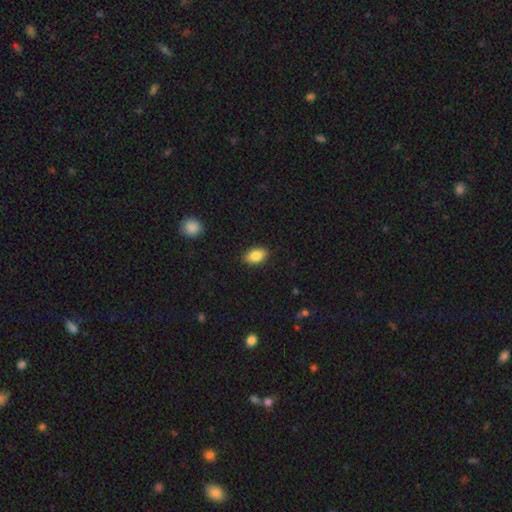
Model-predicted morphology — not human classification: smooth_or_featured: smooth (p=0.86) [alt: star or artifact p=0.07]
how_rounded: in between (p=0.91) [alt: round p=0.08]
merging: none (p=0.89) [alt: minor disturbance p=0.08]